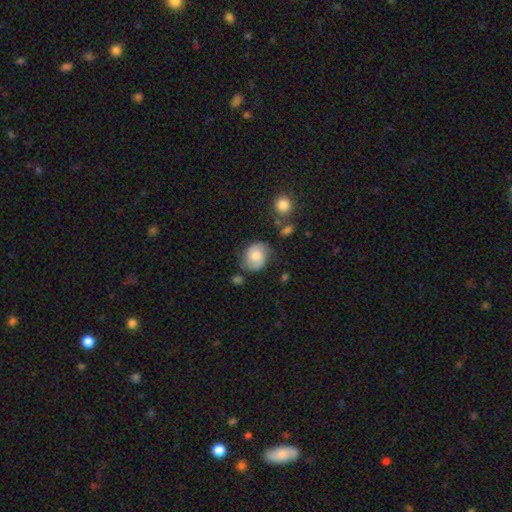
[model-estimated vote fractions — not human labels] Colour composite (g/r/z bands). It shows a featured or disk galaxy (50%). Merging: none (66%).